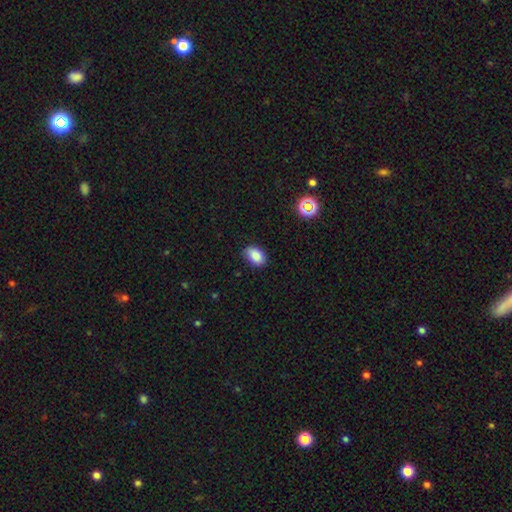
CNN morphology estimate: Smooth or featured? smooth (85%)
How rounded? in between (87%)
Merging? none (81%)